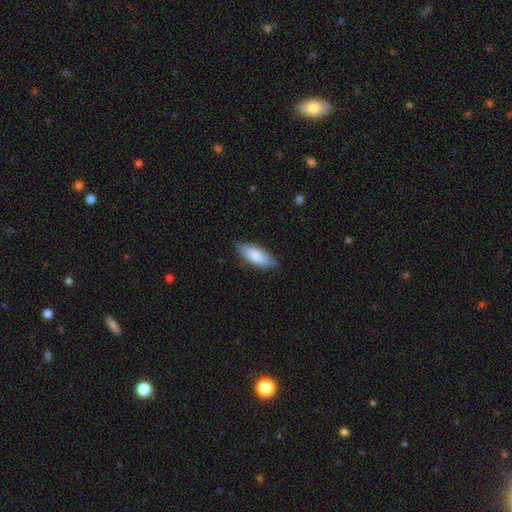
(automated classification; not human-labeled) Smooth or featured?
  - smooth: 82% *
  - featured or disk: 13%
  - star or artifact: 5%
How rounded?
  - in between: 77% *
  - cigar-shaped: 21%
  - round: 2%
Merging?
  - none: 79% *
  - minor disturbance: 17%
  - major disturbance: 2%
  - merger: 1%